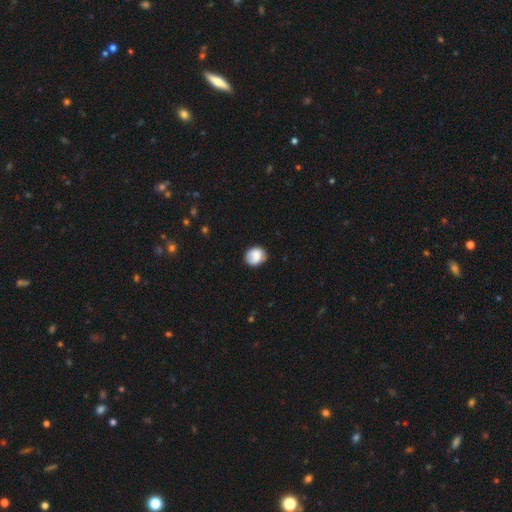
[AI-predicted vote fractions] Q: Smooth or featured?
A: smooth (80%); runner-up: featured or disk (12%)
Q: How rounded?
A: round (71%); runner-up: in between (28%)
Q: Merging?
A: none (71%); runner-up: minor disturbance (22%)